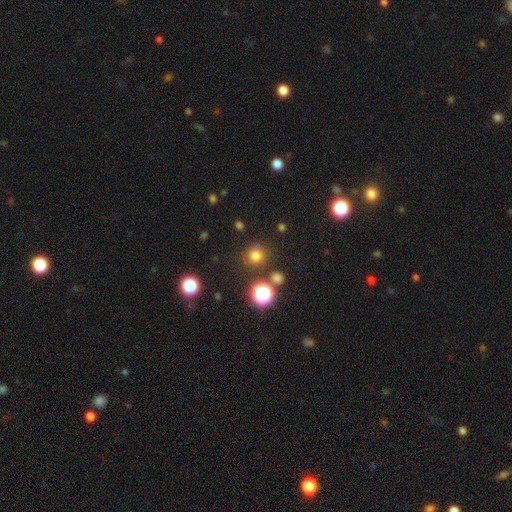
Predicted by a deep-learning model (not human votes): A smooth galaxy with no disk features (72%) that is round (90%). Merging: none (80%).